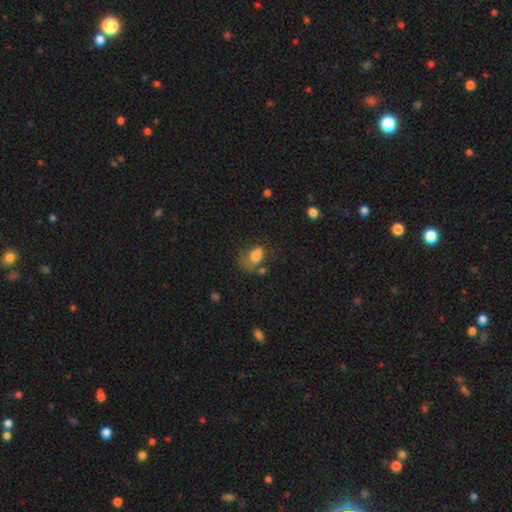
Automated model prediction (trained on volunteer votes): smooth-or-featured: smooth: 73% | featured or disk: 17% | star or artifact: 10%
  how-rounded: in between: 81% | round: 18% | cigar-shaped: 2%
  merging: major disturbance: 34% | none: 31% | minor disturbance: 26% | merger: 9%